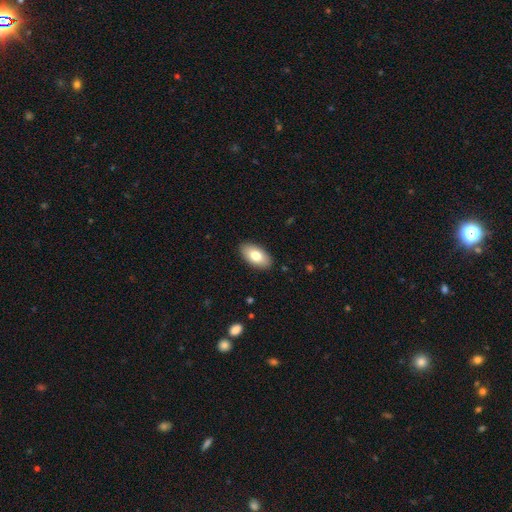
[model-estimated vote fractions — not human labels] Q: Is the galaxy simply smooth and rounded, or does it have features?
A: smooth — 77%.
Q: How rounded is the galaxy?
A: in between — 94%.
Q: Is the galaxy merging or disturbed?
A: none — 89%.